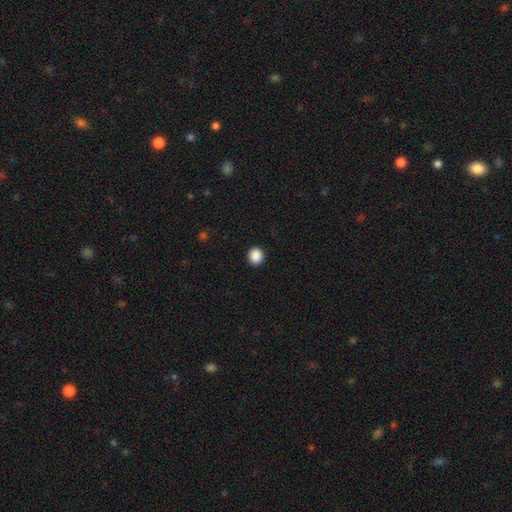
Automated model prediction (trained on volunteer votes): This is clearly a smooth galaxy (89%). How rounded: clearly round (87%). Merging: clearly none (93%).